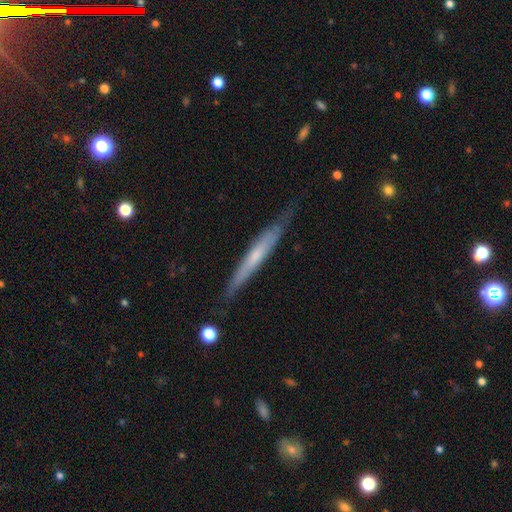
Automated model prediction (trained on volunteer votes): A featured or disk galaxy (51%) viewed edge-on (90%). Merging: none (76%).